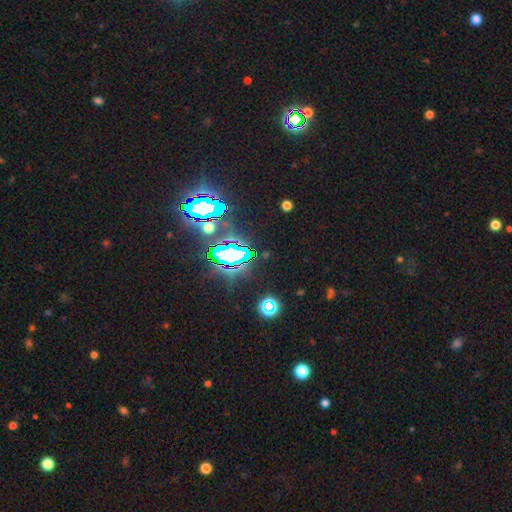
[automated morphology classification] The model was most divided on "smooth or featured": star or artifact: 78%, smooth: 13%, featured or disk: 10%.